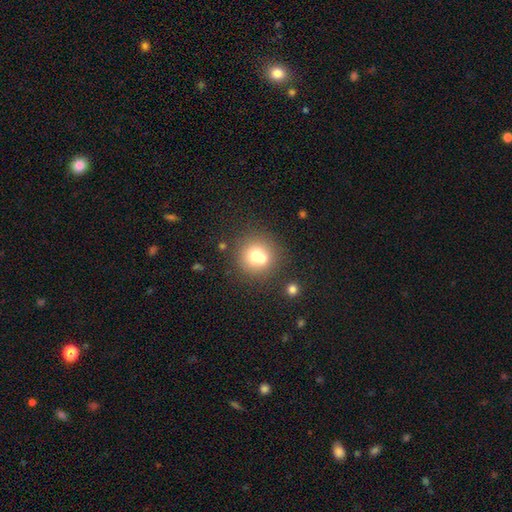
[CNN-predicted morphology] type=smooth (68%); roundness=round (91%); merging=none (52%).